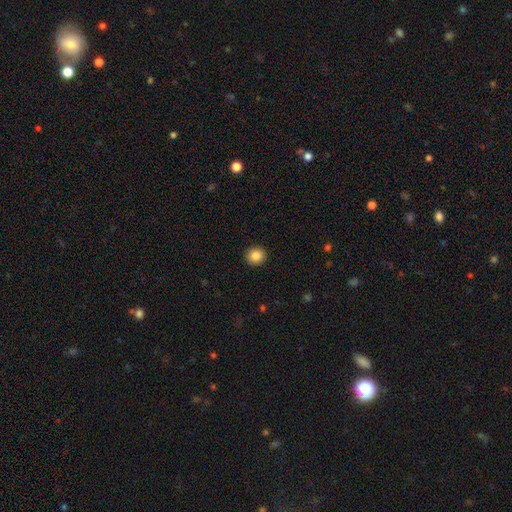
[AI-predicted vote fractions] Morphology: type=smooth (85%); roundness=round (89%); merging=none (93%).